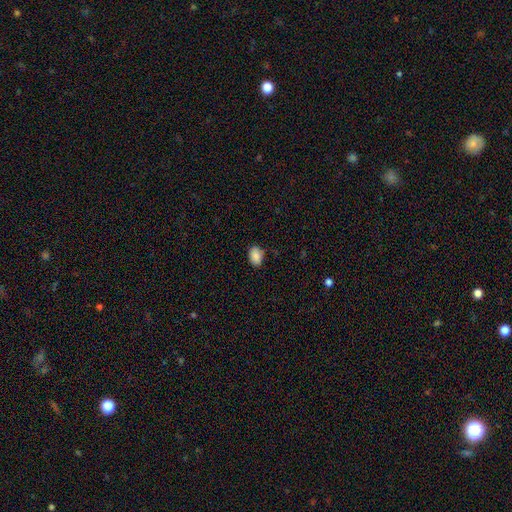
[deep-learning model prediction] This appears to be a smooth galaxy with no disk features (87%) that is in between round and cigar-shaped (77%). Merging: none (78%).